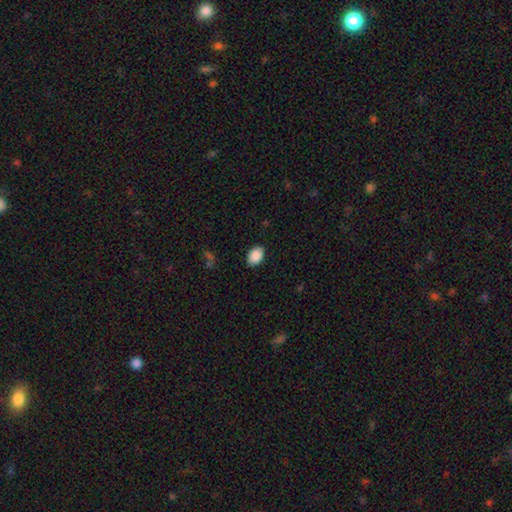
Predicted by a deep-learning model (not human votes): Q: Smooth or featured?
A: smooth (89%); runner-up: star or artifact (7%)
Q: How rounded?
A: in between (84%); runner-up: round (15%)
Q: Merging?
A: none (87%); runner-up: minor disturbance (10%)